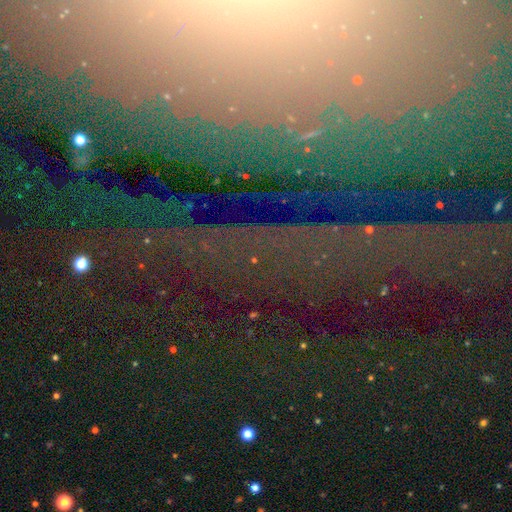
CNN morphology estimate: This is likely a star or artifact rather than a galaxy (76%).